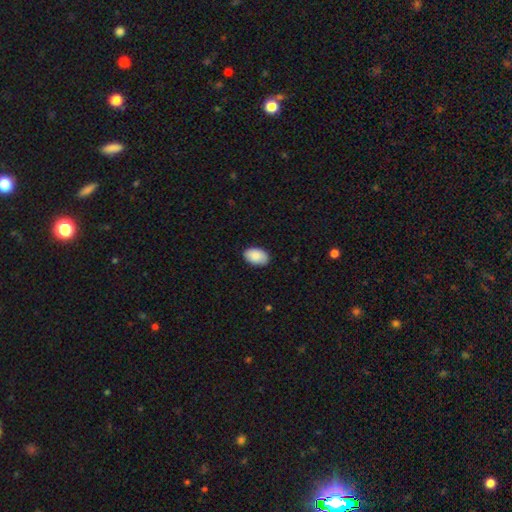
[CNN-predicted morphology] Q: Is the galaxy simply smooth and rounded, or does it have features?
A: smooth — 90%.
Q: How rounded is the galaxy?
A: in between — 92%.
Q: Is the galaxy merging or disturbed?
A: none — 86%.